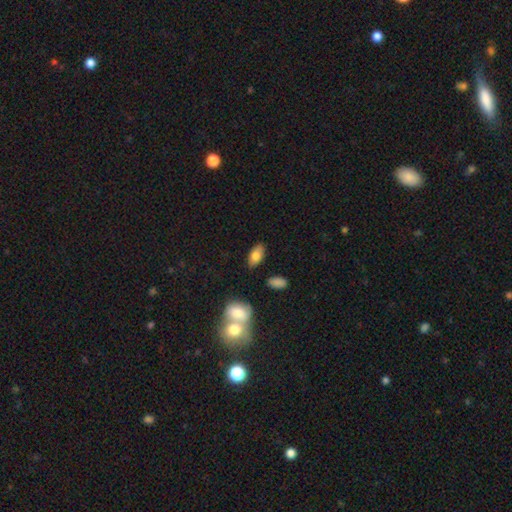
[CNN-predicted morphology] smooth_or_featured: smooth (p=0.78) [alt: featured or disk p=0.15]
how_rounded: in between (p=0.91) [alt: cigar-shaped p=0.05]
merging: none (p=0.83) [alt: minor disturbance p=0.10]